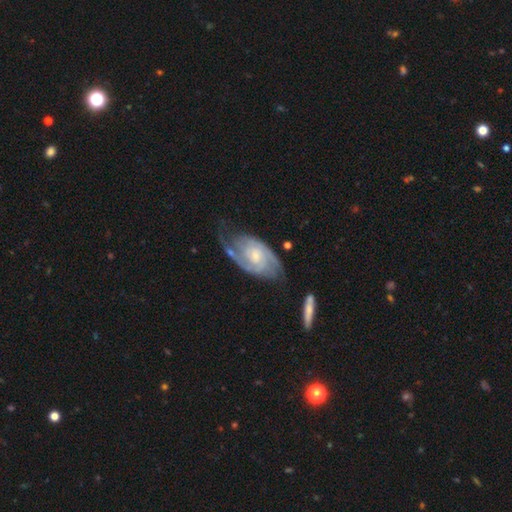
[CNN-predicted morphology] Smooth or featured? Predicted: featured or disk (p=0.85). Edge-on disk? Predicted: no (p=0.96). Bar? Predicted: no (p=0.62). Spiral arms? Predicted: yes (p=0.96). Spiral winding? Predicted: tight (p=0.49). Spiral arm count? Predicted: 2 (p=0.67). Bulge size? Predicted: small (p=0.57). Merging? Predicted: none (p=0.53).